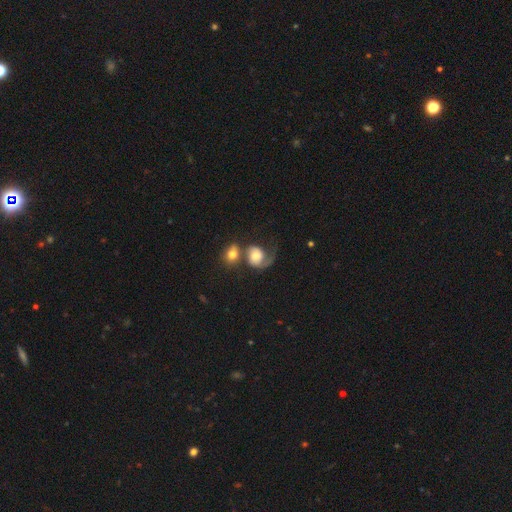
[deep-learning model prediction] Morphology: type=featured or disk (51%); edge-on=no (97%); merging=merger (41%).